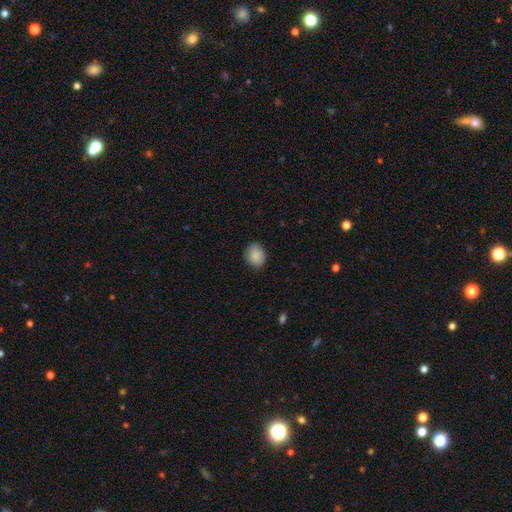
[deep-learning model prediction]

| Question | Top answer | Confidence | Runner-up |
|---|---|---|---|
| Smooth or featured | smooth | 88% | star or artifact (7%) |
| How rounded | round | 51% | in between (48%) |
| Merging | none | 84% | minor disturbance (13%) |